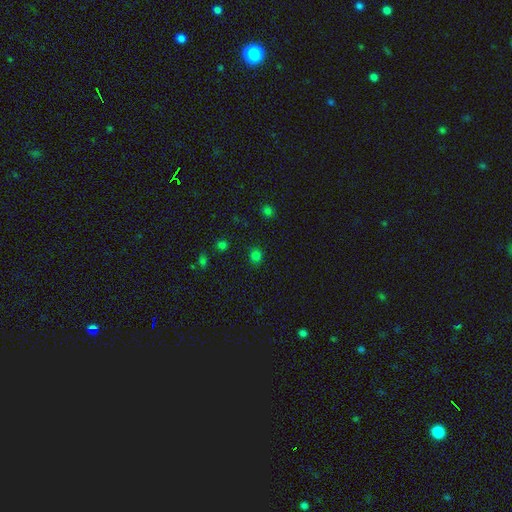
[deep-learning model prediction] This appears to be a smooth galaxy with no disk features (74%) that is round (84%). Merging: none (85%).